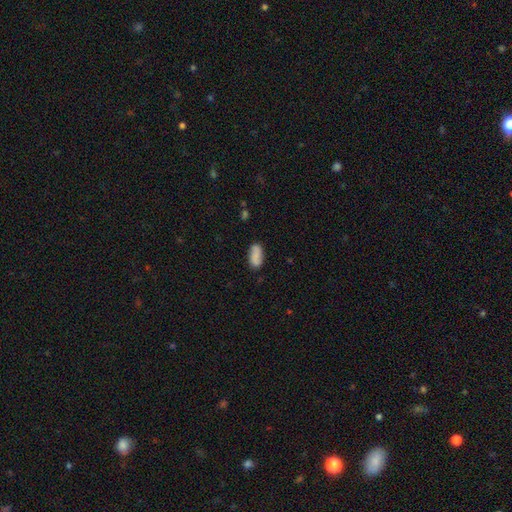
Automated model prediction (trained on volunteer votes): This is likely a smooth galaxy (75%). How rounded: clearly in between (90%). Merging: likely none (77%).